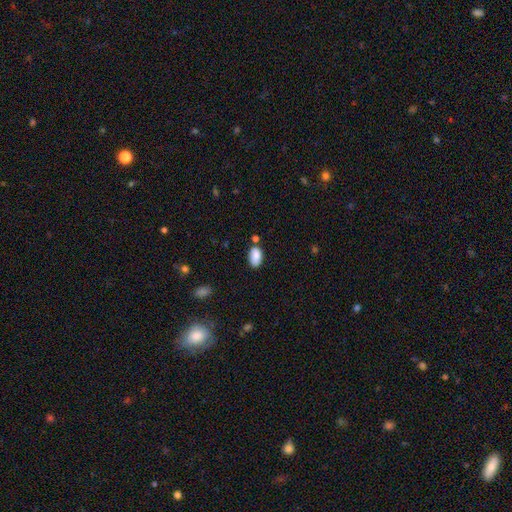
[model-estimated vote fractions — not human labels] Smooth or featured?
  - smooth: 85% *
  - star or artifact: 7%
  - featured or disk: 7%
How rounded?
  - in between: 93% *
  - round: 6%
  - cigar-shaped: 2%
Merging?
  - none: 71% *
  - minor disturbance: 18%
  - merger: 8%
  - major disturbance: 4%